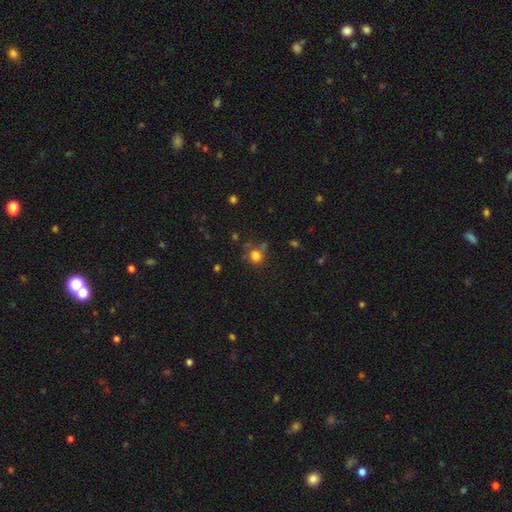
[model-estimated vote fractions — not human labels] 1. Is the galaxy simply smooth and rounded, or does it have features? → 78% smooth, 15% star or artifact, 7% featured or disk.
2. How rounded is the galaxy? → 84% round, 15% in between, 1% cigar-shaped.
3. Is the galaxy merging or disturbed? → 64% none, 17% minor disturbance, 12% merger, 7% major disturbance.